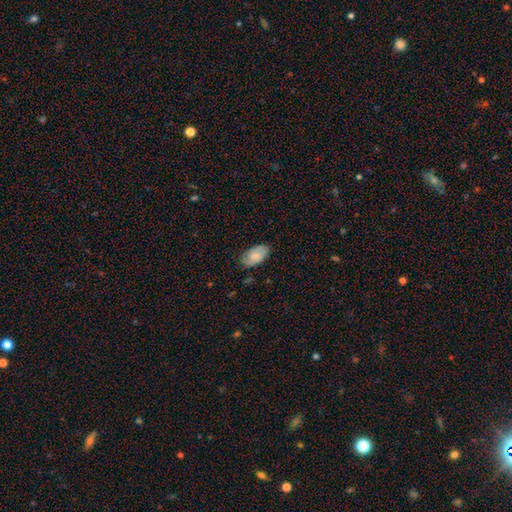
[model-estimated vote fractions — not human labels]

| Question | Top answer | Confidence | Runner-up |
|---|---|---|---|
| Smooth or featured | smooth | 71% | featured or disk (22%) |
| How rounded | in between | 94% | round (4%) |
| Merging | none | 77% | minor disturbance (18%) |